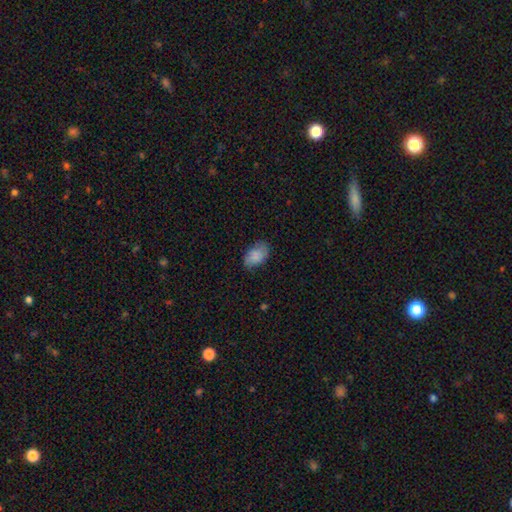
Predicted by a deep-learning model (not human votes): Overall: smooth (81%). How rounded: in between (90%). Merging: none (72%).